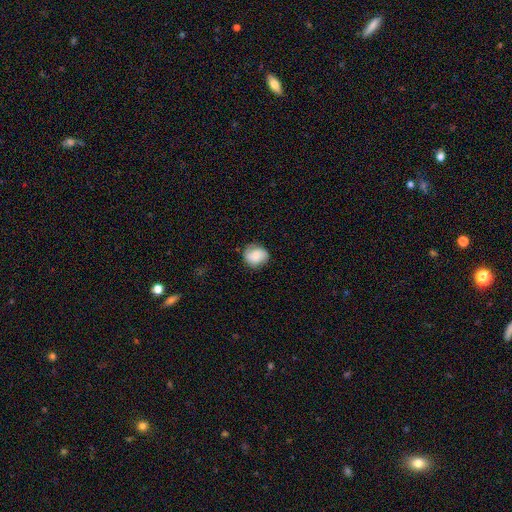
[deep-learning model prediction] Smooth or featured?
  - smooth: 64% *
  - featured or disk: 27%
  - star or artifact: 9%
How rounded?
  - round: 77% *
  - in between: 22%
  - cigar-shaped: 1%
Merging?
  - none: 76% *
  - minor disturbance: 18%
  - major disturbance: 5%
  - merger: 1%